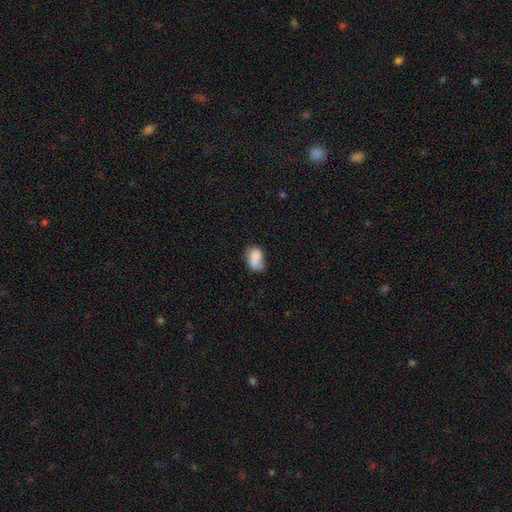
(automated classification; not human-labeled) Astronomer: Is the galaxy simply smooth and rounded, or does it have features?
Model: smooth — 73%.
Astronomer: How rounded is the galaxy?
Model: in between — 81%.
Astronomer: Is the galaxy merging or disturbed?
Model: none — 32% (runner-up: minor disturbance, 25%).